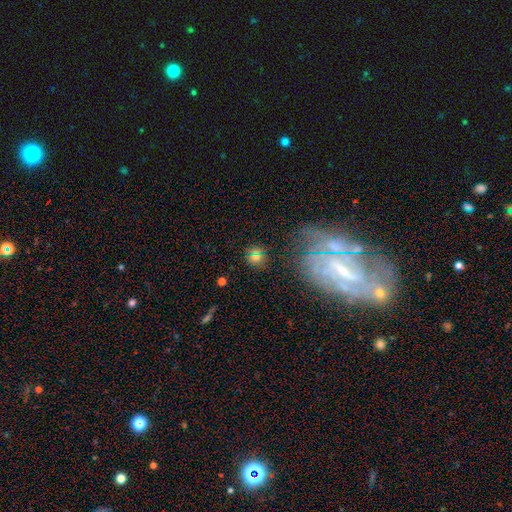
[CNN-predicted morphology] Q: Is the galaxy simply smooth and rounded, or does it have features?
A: smooth — 59%.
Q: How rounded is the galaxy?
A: round — 85%.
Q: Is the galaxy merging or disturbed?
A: none — 82%.